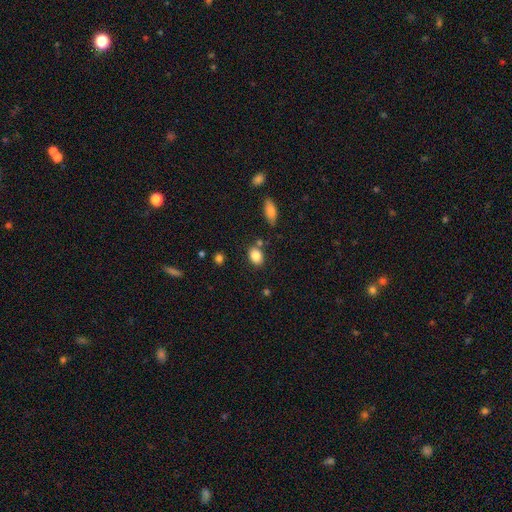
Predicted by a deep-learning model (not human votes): Smooth or featured?
  - smooth: 85% *
  - star or artifact: 9%
  - featured or disk: 6%
How rounded?
  - in between: 71% *
  - round: 28%
  - cigar-shaped: 1%
Merging?
  - none: 76% *
  - minor disturbance: 13%
  - merger: 8%
  - major disturbance: 3%